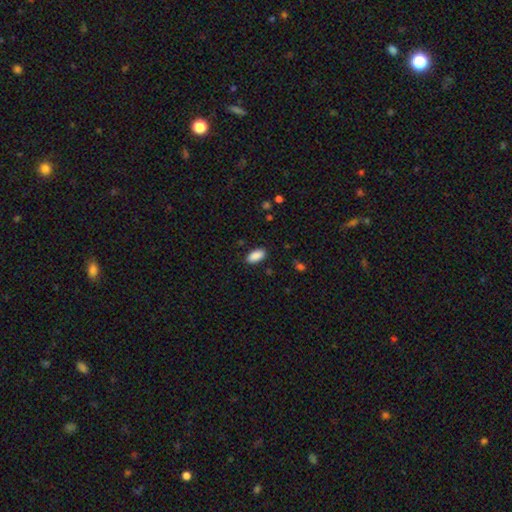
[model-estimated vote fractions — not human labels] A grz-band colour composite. It shows a smooth galaxy with no disk features (90%) that is in between round and cigar-shaped (92%). Merging: none (88%).